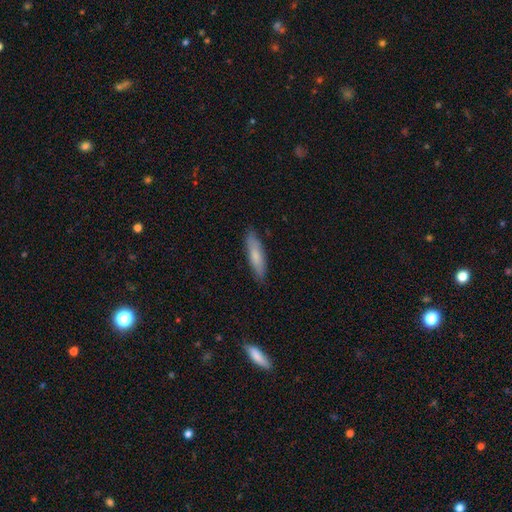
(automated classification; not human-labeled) Q: Smooth or featured?
A: smooth (75%); runner-up: featured or disk (19%)
Q: How rounded?
A: cigar-shaped (72%); runner-up: in between (27%)
Q: Merging?
A: none (85%); runner-up: minor disturbance (12%)